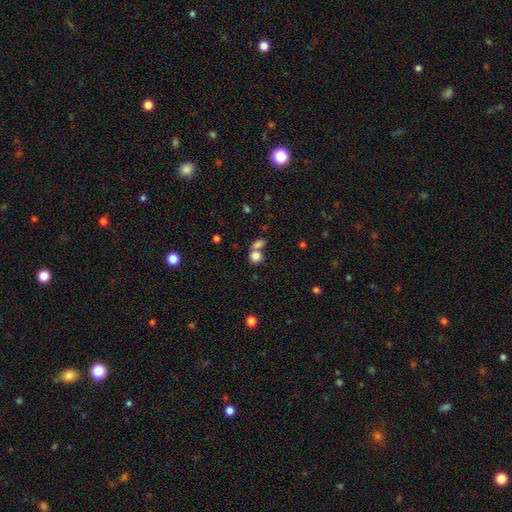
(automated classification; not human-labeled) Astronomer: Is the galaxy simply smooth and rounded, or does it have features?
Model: smooth — 81%.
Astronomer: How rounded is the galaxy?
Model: round — 76%.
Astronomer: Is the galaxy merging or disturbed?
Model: merger — 50% (runner-up: none, 39%).